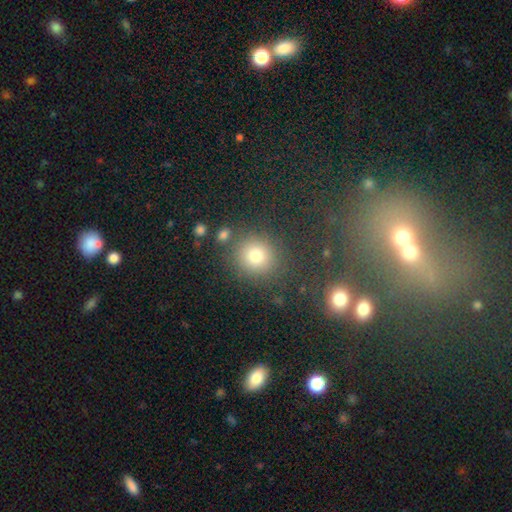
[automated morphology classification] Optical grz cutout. It shows a smooth galaxy with no disk features (75%) that is round (88%). Merging: none (83%).